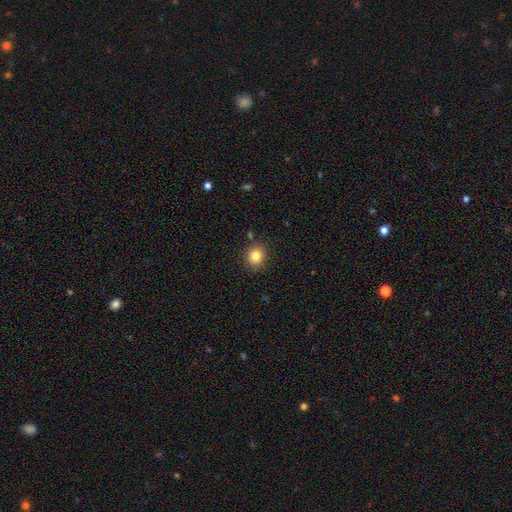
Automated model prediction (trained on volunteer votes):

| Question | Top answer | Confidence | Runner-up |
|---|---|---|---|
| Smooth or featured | smooth | 83% | star or artifact (11%) |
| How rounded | round | 82% | in between (17%) |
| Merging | none | 87% | minor disturbance (9%) |